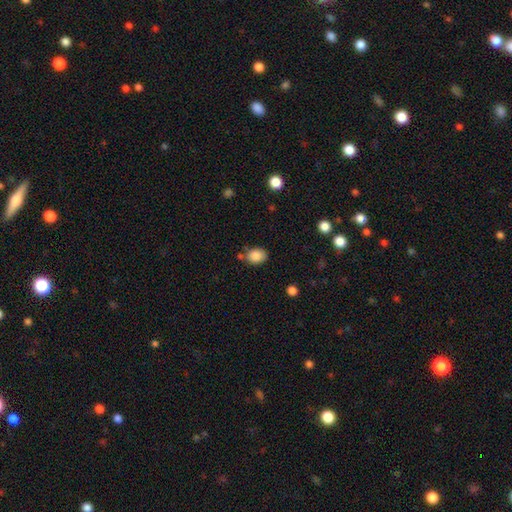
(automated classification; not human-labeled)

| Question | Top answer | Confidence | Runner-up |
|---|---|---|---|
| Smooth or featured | smooth | 87% | star or artifact (9%) |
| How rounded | in between | 63% | round (36%) |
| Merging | none | 70% | minor disturbance (17%) |